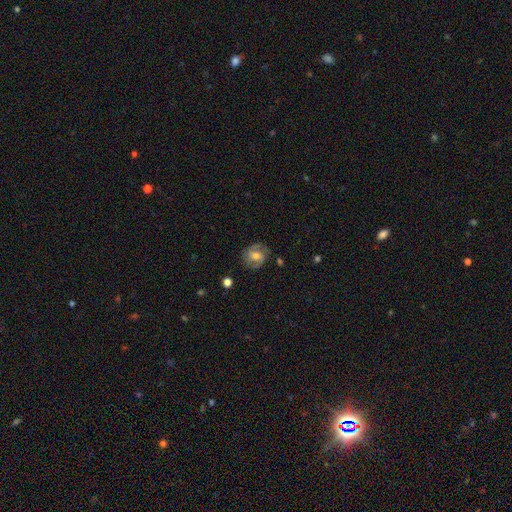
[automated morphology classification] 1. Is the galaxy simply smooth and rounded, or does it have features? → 70% featured or disk, 23% smooth, 8% star or artifact.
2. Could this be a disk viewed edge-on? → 97% no, 3% yes.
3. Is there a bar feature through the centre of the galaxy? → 45% weak, 40% no, 15% strong.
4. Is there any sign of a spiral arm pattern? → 91% yes, 9% no.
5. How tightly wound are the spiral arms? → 47% medium, 38% tight, 15% loose.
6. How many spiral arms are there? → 81% 2, 9% can't tell, 5% 3, 2% 1, 1% 4, 1% more than 4.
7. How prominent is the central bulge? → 60% moderate, 30% small, 6% large, 3% none, 1% dominant.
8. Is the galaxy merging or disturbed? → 79% none, 15% minor disturbance, 5% major disturbance, 2% merger.